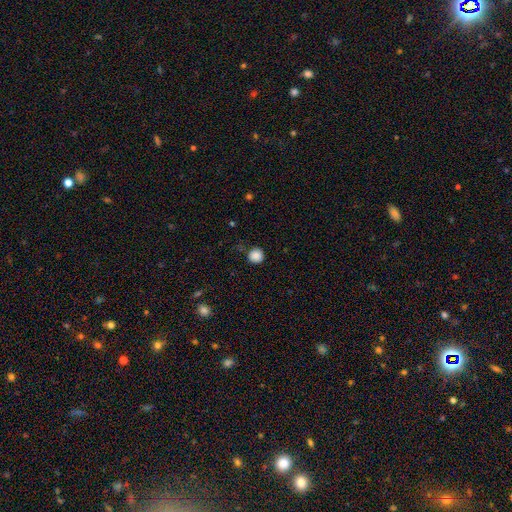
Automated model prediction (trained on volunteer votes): smooth_or_featured: smooth (p=0.87) [alt: star or artifact p=0.10]
how_rounded: round (p=0.95) [alt: in between p=0.05]
merging: none (p=0.87) [alt: minor disturbance p=0.09]